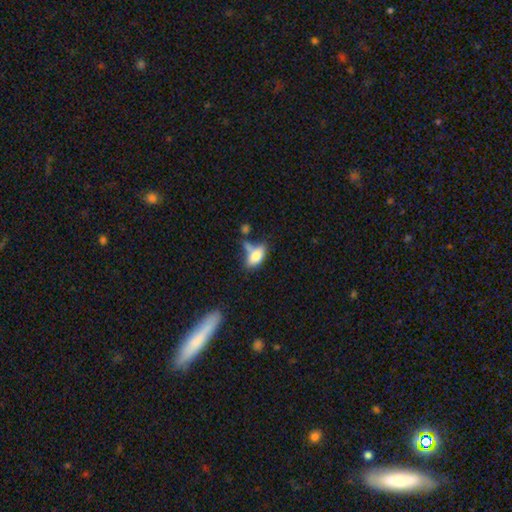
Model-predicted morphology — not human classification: A smooth galaxy with no disk features (77%) that is in between round and cigar-shaped (90%).

Vote fractions:
- Smooth or featured? smooth: 77% / featured or disk: 15% / star or artifact: 8%
- How rounded? in between: 90% / cigar-shaped: 6% / round: 5%
- Merging? none: 38% / merger: 26% / minor disturbance: 23% / major disturbance: 13%